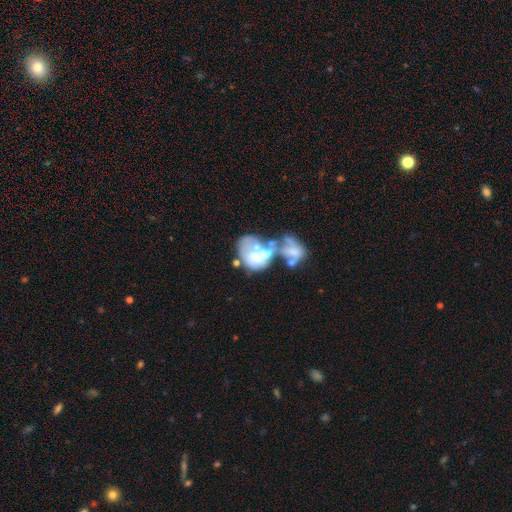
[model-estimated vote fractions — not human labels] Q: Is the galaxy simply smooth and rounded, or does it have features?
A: featured or disk — 57%.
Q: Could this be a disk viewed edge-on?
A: no — 98%.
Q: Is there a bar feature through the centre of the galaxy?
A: no — 90%.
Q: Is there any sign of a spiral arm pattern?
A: no — 90%.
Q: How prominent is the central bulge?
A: moderate — 41%.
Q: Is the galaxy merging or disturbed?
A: merger — 64%.